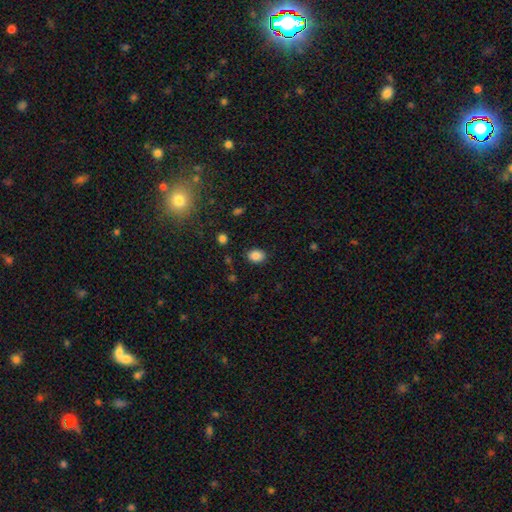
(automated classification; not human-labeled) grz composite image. It shows a smooth galaxy with no disk features (86%) that is in between round and cigar-shaped (65%). Merging: none (84%).